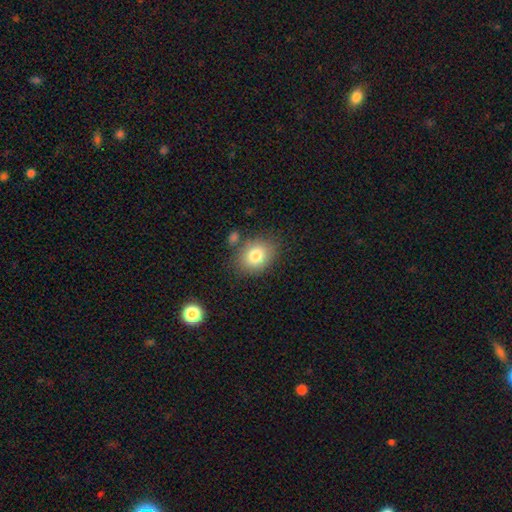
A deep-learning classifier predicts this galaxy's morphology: A smooth galaxy with no disk features (80%) that is in between round and cigar-shaped (54%). Merging: none (75%).